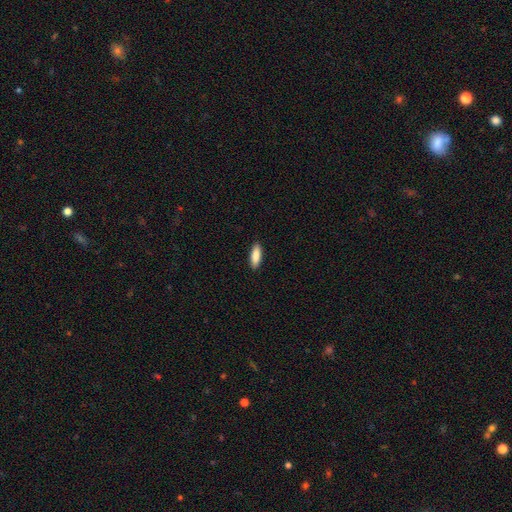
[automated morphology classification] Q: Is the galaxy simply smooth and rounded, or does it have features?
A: smooth — 87%.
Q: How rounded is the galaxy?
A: in between — 54%.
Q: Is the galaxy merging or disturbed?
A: none — 90%.